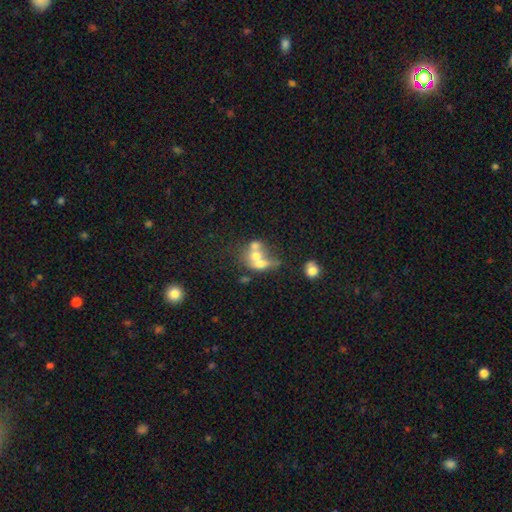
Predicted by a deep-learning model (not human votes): smooth-or-featured: smooth: 53% | featured or disk: 35% | star or artifact: 13%
  how-rounded: round: 50% | in between: 48% | cigar-shaped: 2%
  merging: merger: 67% | none: 17% | major disturbance: 8% | minor disturbance: 7%